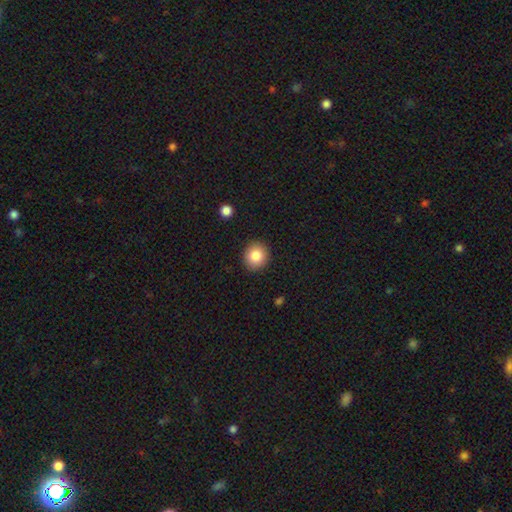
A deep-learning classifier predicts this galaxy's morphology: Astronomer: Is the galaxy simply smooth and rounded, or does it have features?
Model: smooth — 84%.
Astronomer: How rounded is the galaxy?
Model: round — 86%.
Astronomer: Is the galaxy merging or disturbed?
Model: none — 91%.